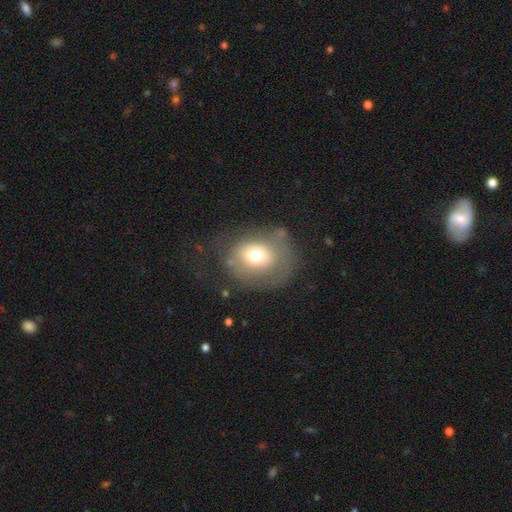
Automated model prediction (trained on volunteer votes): This appears to be a smooth galaxy with no disk features (62%) that is round (65%). Merging: none (43%).